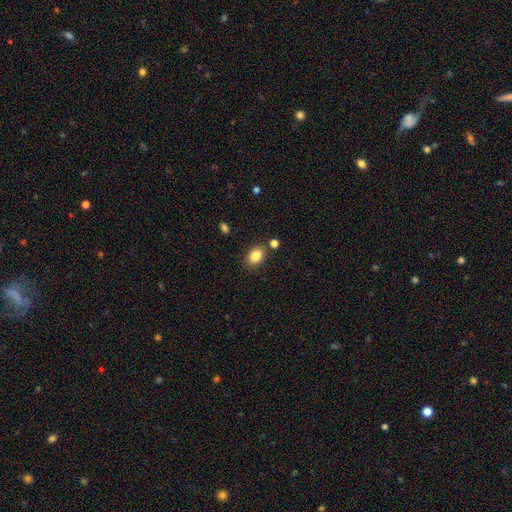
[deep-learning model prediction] The model was most divided on "how rounded": in between: 77%, round: 22%, cigar-shaped: 1%. More confident: smooth or featured — smooth (86%); merging — none (80%).